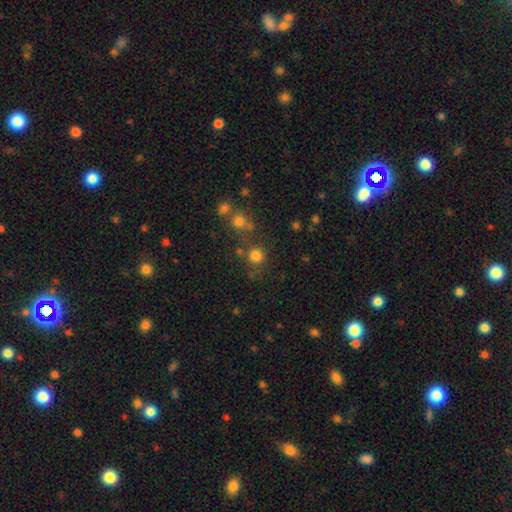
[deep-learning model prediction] Morphology: type=smooth (78%); roundness=round (92%); merging=none (74%).